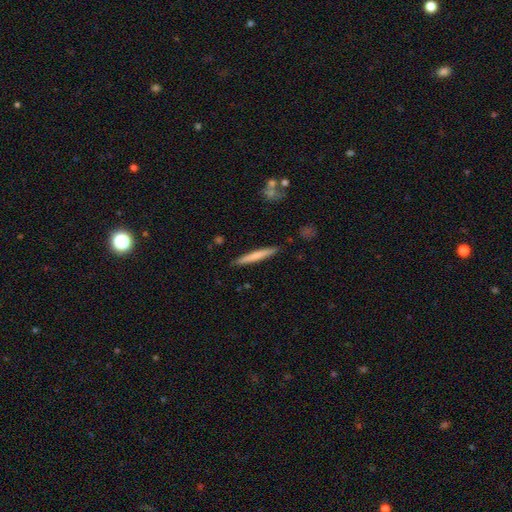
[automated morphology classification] smooth_or_featured: smooth (p=0.68) [alt: featured or disk p=0.27]
how_rounded: cigar-shaped (p=0.95) [alt: in between p=0.03]
merging: none (p=0.90) [alt: minor disturbance p=0.08]